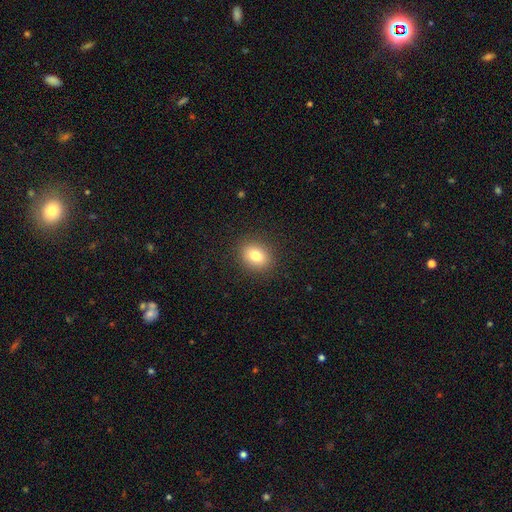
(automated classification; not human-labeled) Overall: smooth (80%). How rounded: round (51%; in between 48%). Merging: none (89%).